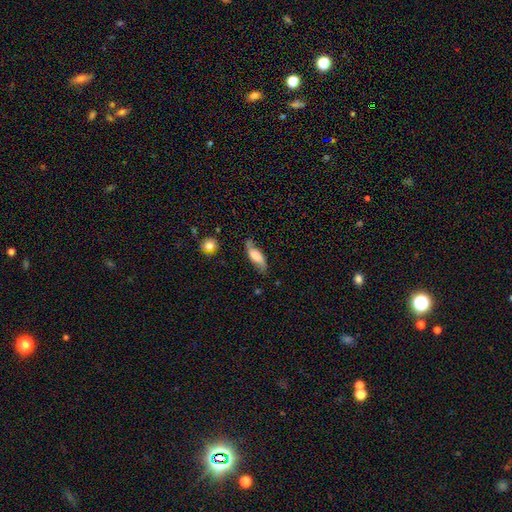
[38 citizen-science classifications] A featured or disk galaxy (50%) with no bar (69%), 2 (86%) loose (93%) spiral arms (88%) and a large central bulge (50%). Merging: none (61%).